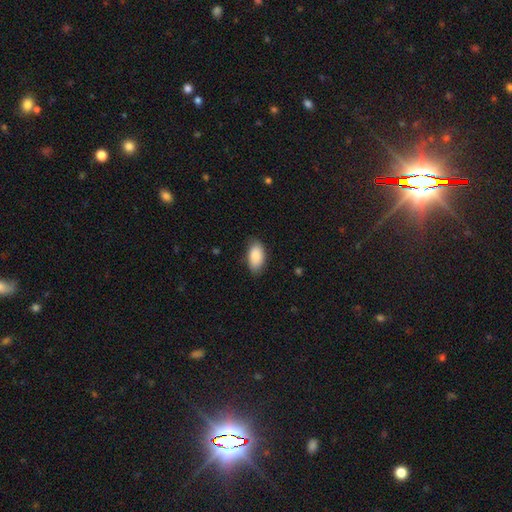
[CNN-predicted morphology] Smooth or featured? smooth (88%)
How rounded? in between (94%)
Merging? none (79%)